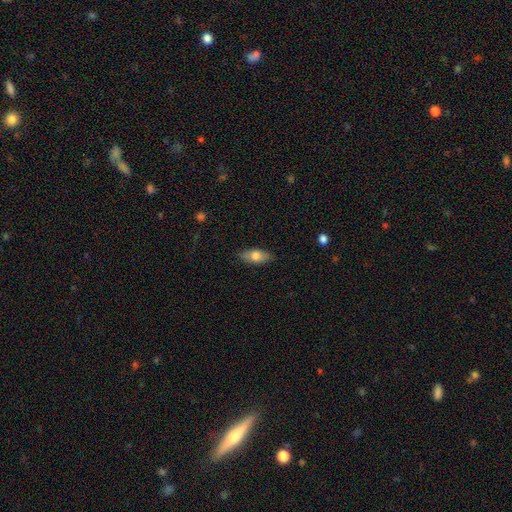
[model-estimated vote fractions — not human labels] This appears to be a smooth galaxy with no disk features (71%) that is in between round and cigar-shaped (84%). Merging: none (85%).